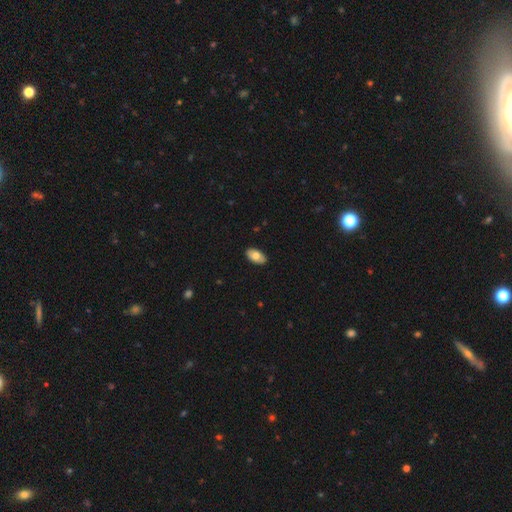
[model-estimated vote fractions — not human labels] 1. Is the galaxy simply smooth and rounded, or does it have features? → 72% smooth, 22% featured or disk, 6% star or artifact.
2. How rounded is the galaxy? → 94% in between, 4% round, 2% cigar-shaped.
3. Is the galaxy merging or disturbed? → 88% none, 9% minor disturbance, 2% major disturbance, 1% merger.